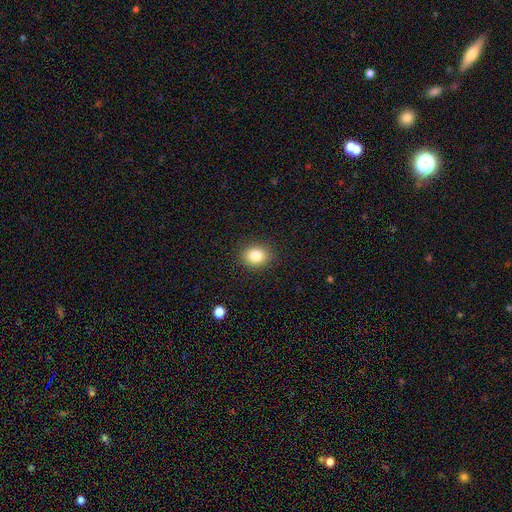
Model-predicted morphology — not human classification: Smooth or featured? smooth (84%)
How rounded? round (54%)
Merging? none (89%)